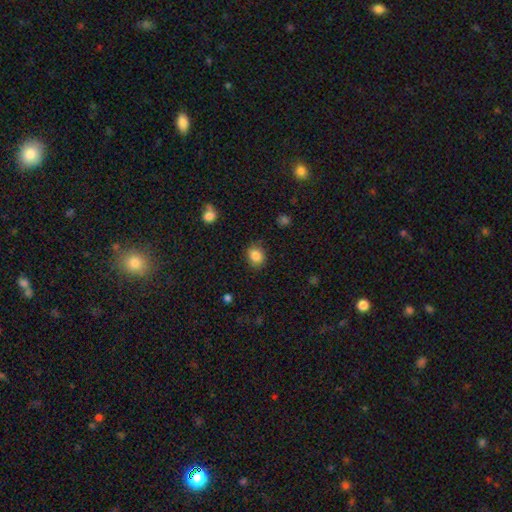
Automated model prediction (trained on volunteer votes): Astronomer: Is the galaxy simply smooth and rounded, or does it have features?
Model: smooth — 85%.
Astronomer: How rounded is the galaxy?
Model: round — 59% (runner-up: in between, 40%).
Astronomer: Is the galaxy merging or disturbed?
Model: none — 83%.